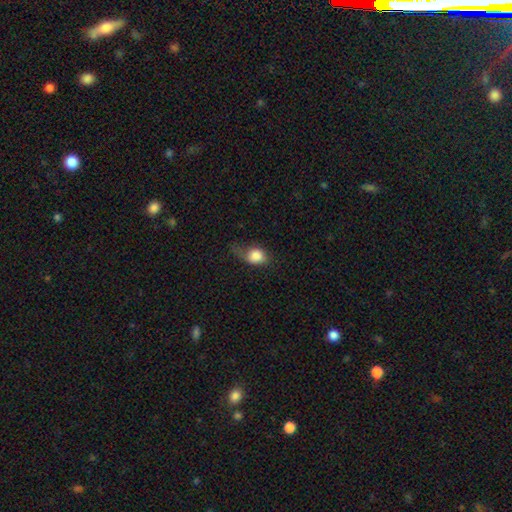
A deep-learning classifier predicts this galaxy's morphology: This is clearly a smooth galaxy (81%). How rounded: possibly round (51%). Merging: marginally minor disturbance (34%).